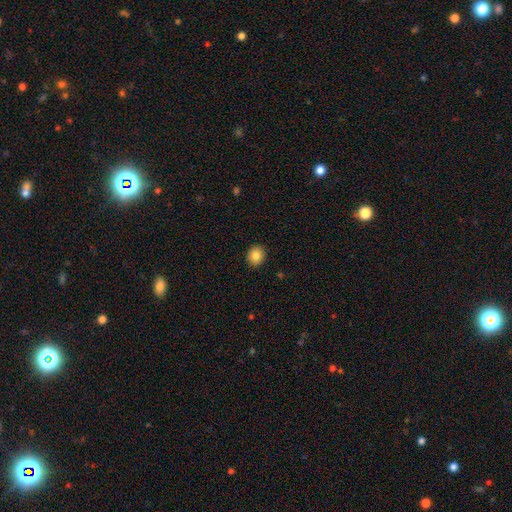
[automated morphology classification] type=smooth (85%); roundness=round (74%); merging=none (91%).